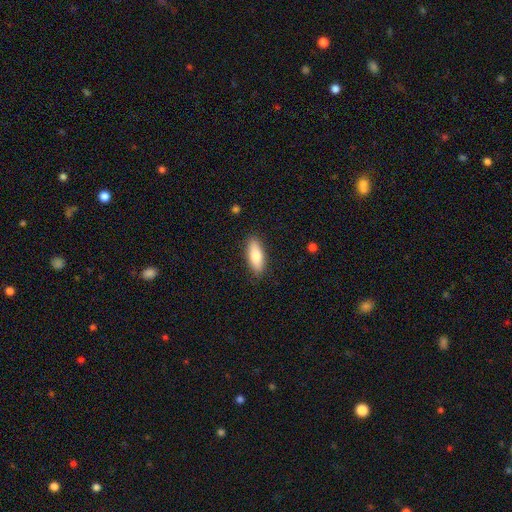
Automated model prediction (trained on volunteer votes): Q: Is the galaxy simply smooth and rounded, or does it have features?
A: smooth — 80%.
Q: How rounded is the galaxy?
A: in between — 68%.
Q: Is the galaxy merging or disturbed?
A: none — 86%.